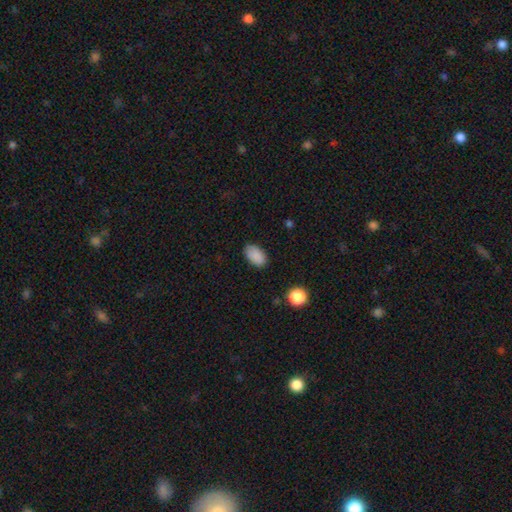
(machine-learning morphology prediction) Smooth or featured? smooth (88%)
How rounded? in between (93%)
Merging? none (83%)